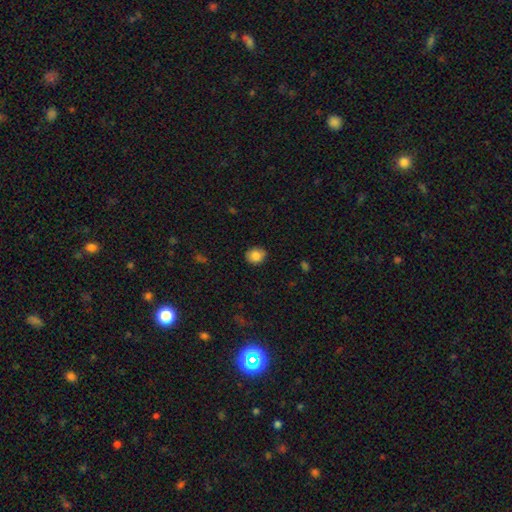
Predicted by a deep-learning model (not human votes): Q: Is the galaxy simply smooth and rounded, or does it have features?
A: smooth — 85%.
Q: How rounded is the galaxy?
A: round — 71%.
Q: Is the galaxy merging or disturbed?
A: none — 86%.